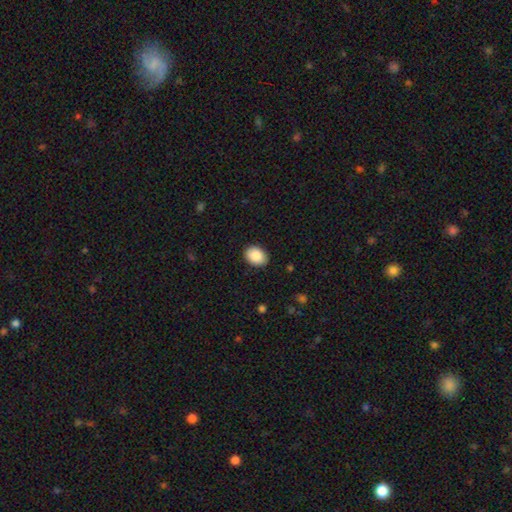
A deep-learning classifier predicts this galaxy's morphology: Smooth or featured? smooth (89%)
How rounded? in between (74%)
Merging? none (86%)